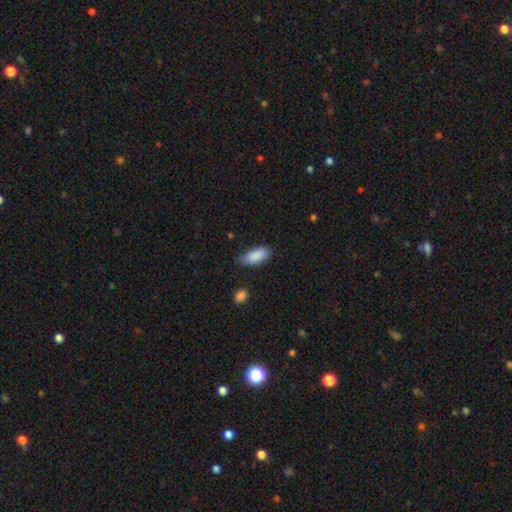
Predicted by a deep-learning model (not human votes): smooth-or-featured: smooth: 89% | star or artifact: 6% | featured or disk: 5%
  how-rounded: in between: 87% | cigar-shaped: 12% | round: 2%
  merging: none: 75% | minor disturbance: 19% | major disturbance: 3% | merger: 2%